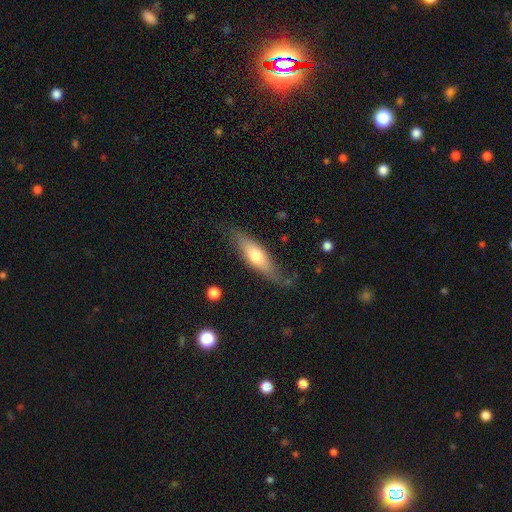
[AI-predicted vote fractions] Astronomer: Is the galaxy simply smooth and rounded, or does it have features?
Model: smooth — 58% (runner-up: featured or disk, 36%).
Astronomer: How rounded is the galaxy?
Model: cigar-shaped — 58% (runner-up: in between, 39%).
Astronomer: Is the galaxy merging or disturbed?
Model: none — 75%.